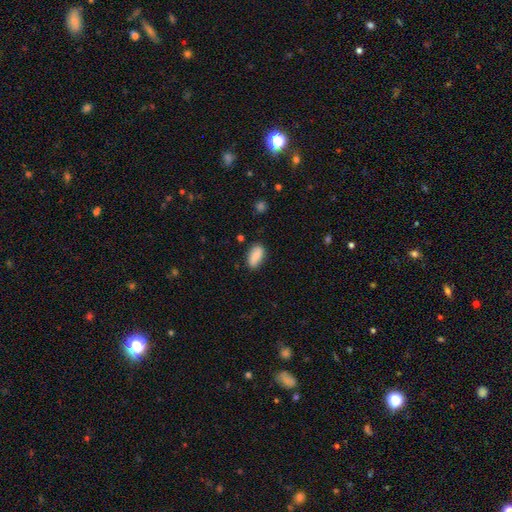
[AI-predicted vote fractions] Smooth or featured: smooth — 87% (star or artifact — 7%)
How rounded: in between — 89% (cigar-shaped — 8%)
Merging: none — 81% (minor disturbance — 14%)